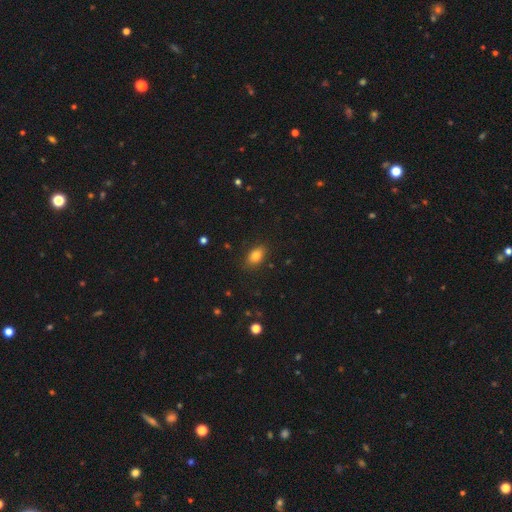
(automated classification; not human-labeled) Smooth or featured? smooth (82%)
How rounded? in between (84%)
Merging? none (85%)